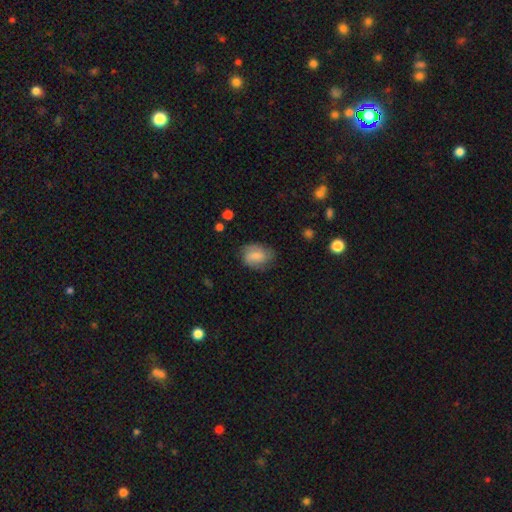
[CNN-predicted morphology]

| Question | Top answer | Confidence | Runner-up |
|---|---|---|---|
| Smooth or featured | smooth | 73% | featured or disk (20%) |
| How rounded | in between | 74% | round (25%) |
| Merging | none | 67% | minor disturbance (24%) |